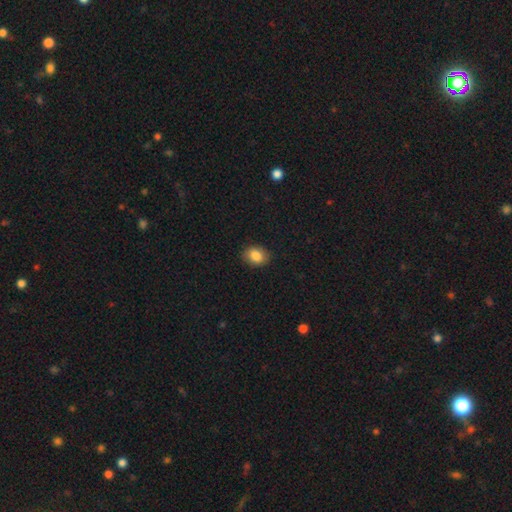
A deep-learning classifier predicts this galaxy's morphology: smooth 86%, star or artifact 9%, featured or disk 6%. Down the decision tree: how rounded — in between (60%); merging — none (87%).